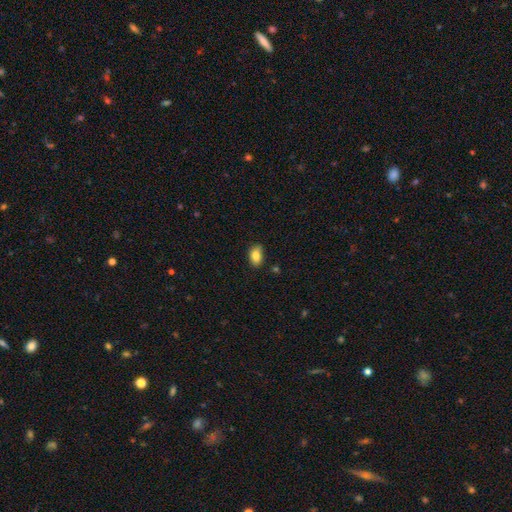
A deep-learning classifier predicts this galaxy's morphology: smooth_or_featured: smooth (p=0.85) [alt: star or artifact p=0.08]
how_rounded: in between (p=0.89) [alt: round p=0.09]
merging: none (p=0.77) [alt: minor disturbance p=0.18]